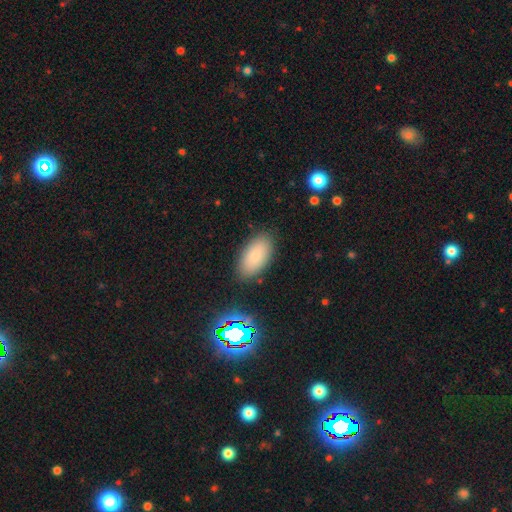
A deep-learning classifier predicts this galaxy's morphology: Smooth or featured? smooth (84%)
How rounded? in between (94%)
Merging? none (85%)